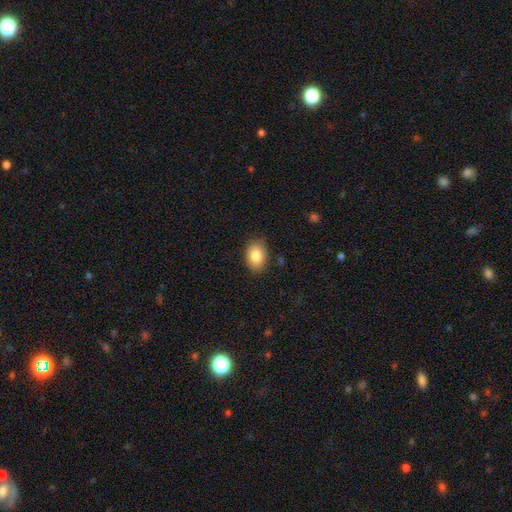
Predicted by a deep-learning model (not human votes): This is clearly a smooth galaxy (85%). How rounded: likely in between (80%). Merging: clearly none (83%).